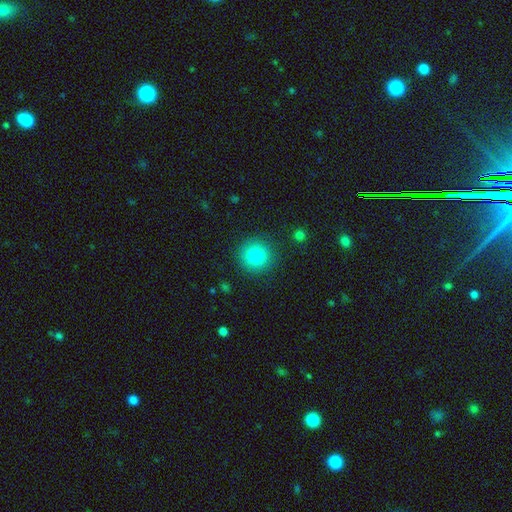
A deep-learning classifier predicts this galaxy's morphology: Overall: smooth (81%). How rounded: round (94%). Merging: none (89%).